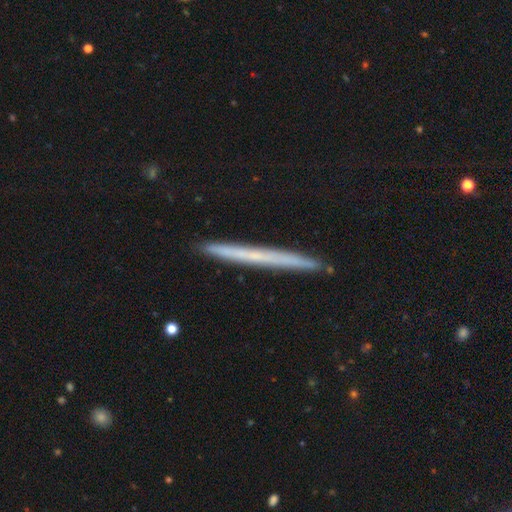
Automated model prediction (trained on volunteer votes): Smooth or featured? Predicted: featured or disk (p=0.49). Merging? Predicted: none (p=0.91).